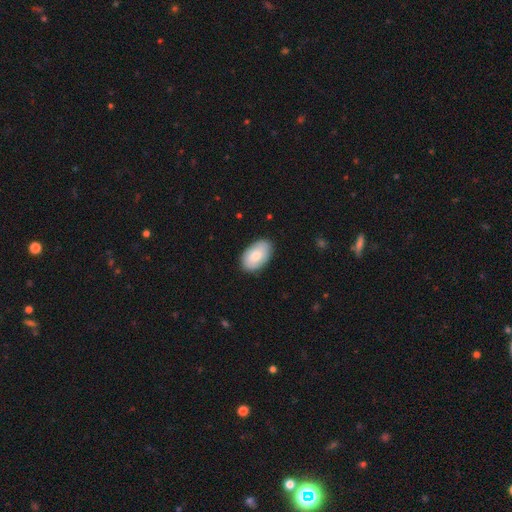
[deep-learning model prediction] Smooth or featured? smooth (77%)
How rounded? in between (94%)
Merging? none (85%)